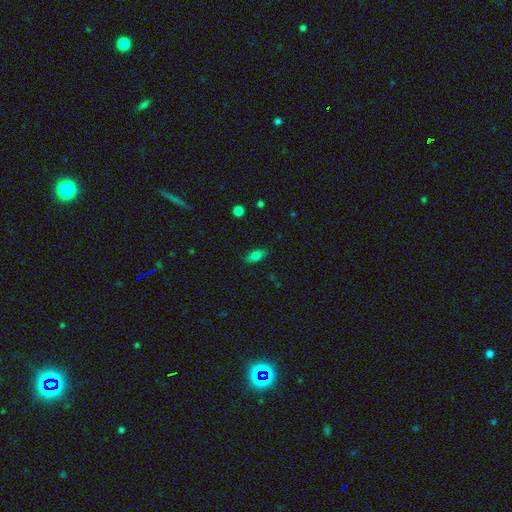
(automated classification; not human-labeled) Smooth or featured? Predicted: smooth (p=0.74). How rounded? Predicted: in between (p=0.76). Merging? Predicted: none (p=0.84).